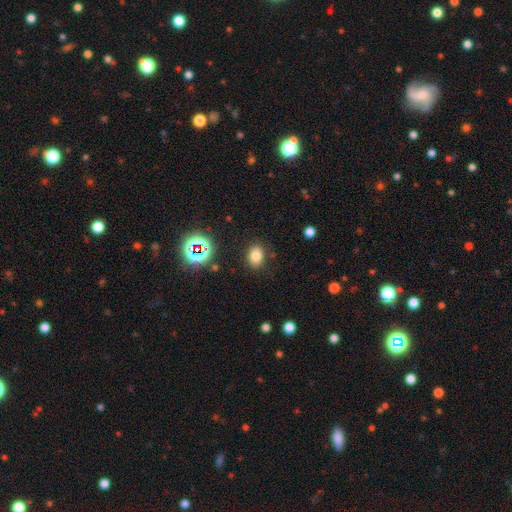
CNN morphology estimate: The model was most divided on "how rounded": in between: 66%, round: 33%, cigar-shaped: 1%. More confident: merging — none (85%); smooth or featured — smooth (77%).